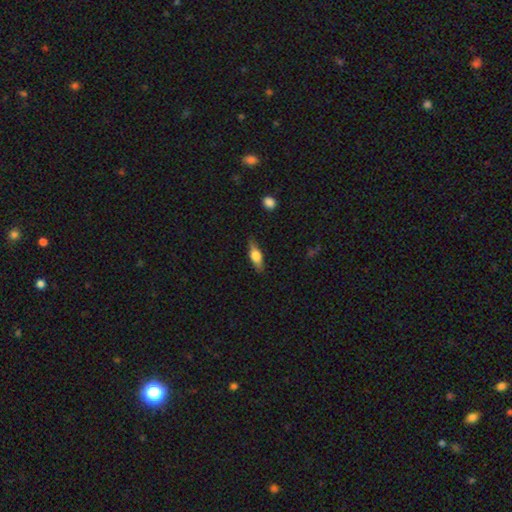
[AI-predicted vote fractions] Smooth or featured? Predicted: smooth (p=0.58). How rounded? Predicted: in between (p=0.57). Merging? Predicted: none (p=0.82).